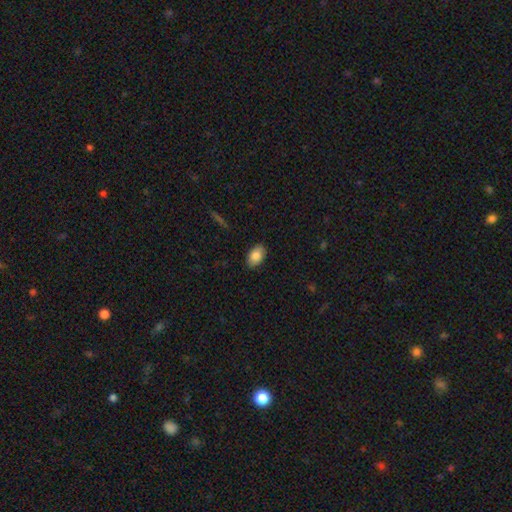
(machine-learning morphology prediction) This is clearly a smooth galaxy (85%). How rounded: clearly in between (90%). Merging: clearly none (87%).